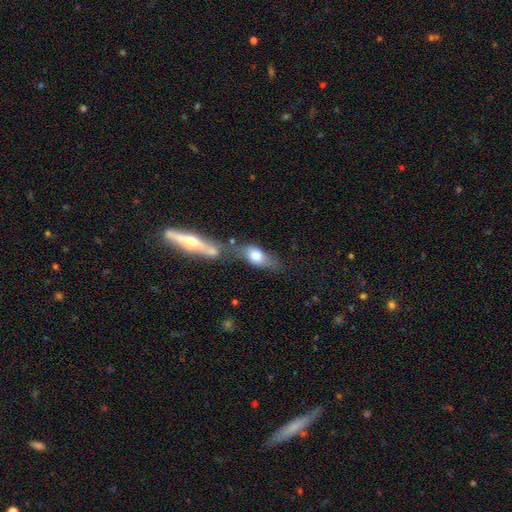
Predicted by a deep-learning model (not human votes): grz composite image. It shows a smooth galaxy with no disk features (66%) that is in between round and cigar-shaped (74%). Merging: merger (46%).